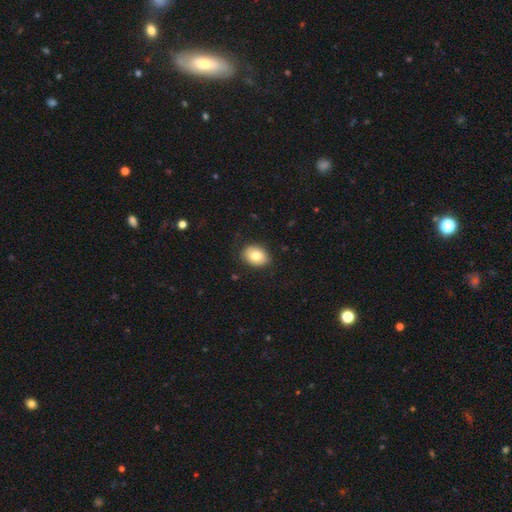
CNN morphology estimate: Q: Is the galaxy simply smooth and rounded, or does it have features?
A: smooth — 80%.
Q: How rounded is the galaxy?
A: in between — 66%.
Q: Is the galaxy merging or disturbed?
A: none — 85%.